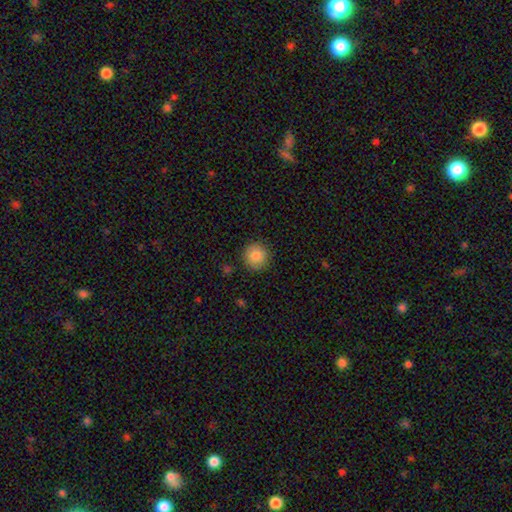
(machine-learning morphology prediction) The model was most divided on "smooth or featured": smooth: 85%, star or artifact: 9%, featured or disk: 6%. More confident: how rounded — round (93%); merging — none (90%).